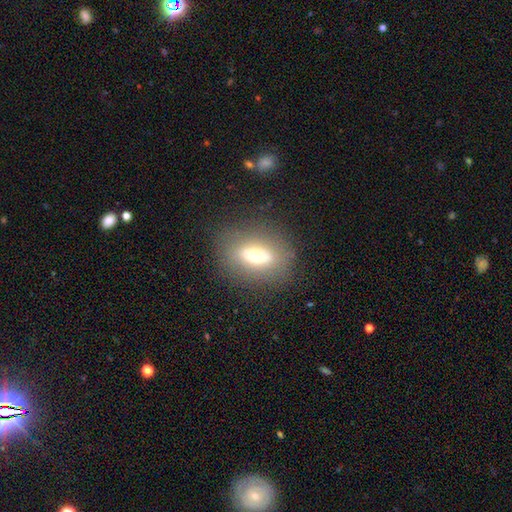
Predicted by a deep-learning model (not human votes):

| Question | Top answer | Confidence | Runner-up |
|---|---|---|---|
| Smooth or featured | smooth | 54% | featured or disk (35%) |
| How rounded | in between | 64% | round (24%) |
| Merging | none | 82% | minor disturbance (11%) |